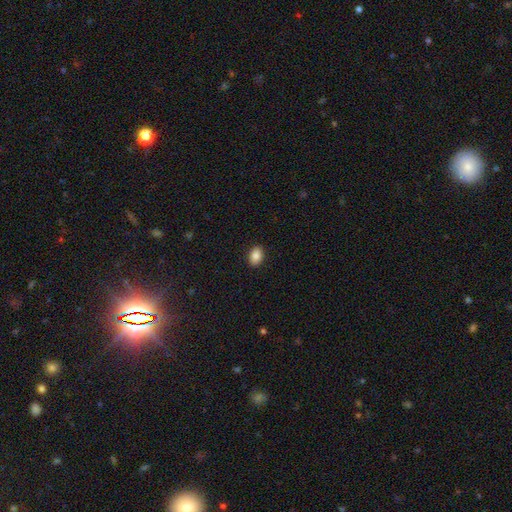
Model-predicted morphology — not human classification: Smooth or featured?
  - smooth: 86% *
  - star or artifact: 8%
  - featured or disk: 5%
How rounded?
  - in between: 83% *
  - round: 16%
  - cigar-shaped: 1%
Merging?
  - none: 90% *
  - minor disturbance: 7%
  - major disturbance: 2%
  - merger: 1%